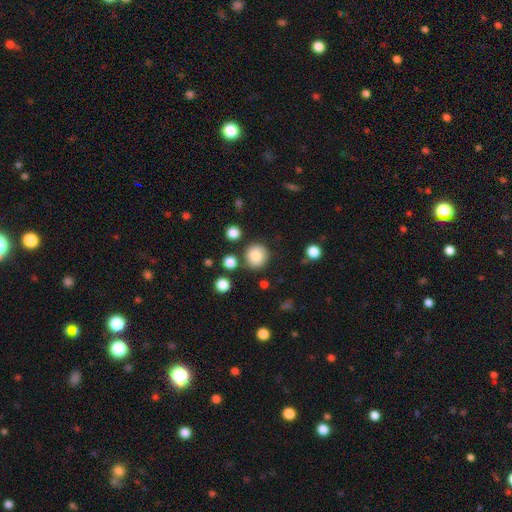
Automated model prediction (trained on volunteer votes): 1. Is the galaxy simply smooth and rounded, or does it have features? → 83% smooth, 10% star or artifact, 8% featured or disk.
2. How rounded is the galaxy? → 91% round, 8% in between, 1% cigar-shaped.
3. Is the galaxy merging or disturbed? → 82% none, 10% minor disturbance, 5% merger, 3% major disturbance.